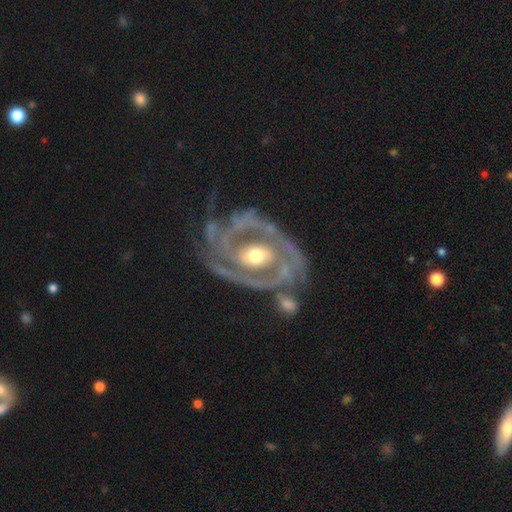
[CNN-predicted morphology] type=featured or disk (91%); edge-on=no (97%); bar=no (49%); spiral arms=yes (92%); winding=tight (57%); arm count=2 (63%); bulge=moderate (69%); merging=none (55%).